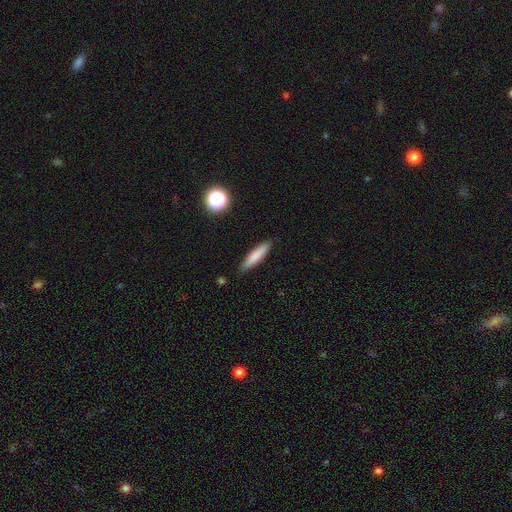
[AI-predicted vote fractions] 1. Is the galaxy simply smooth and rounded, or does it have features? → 79% smooth, 15% featured or disk, 7% star or artifact.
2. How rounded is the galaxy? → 83% cigar-shaped, 15% in between, 2% round.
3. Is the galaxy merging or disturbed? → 87% none, 9% minor disturbance, 2% major disturbance, 1% merger.